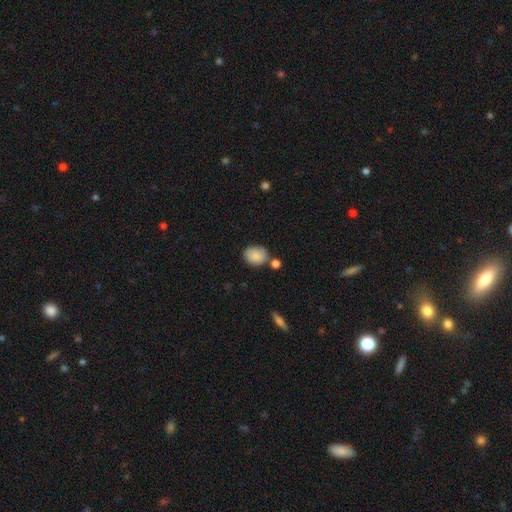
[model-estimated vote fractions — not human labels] smooth-or-featured: smooth: 86% | star or artifact: 7% | featured or disk: 6%
  how-rounded: in between: 59% | round: 40% | cigar-shaped: 1%
  merging: none: 66% | minor disturbance: 17% | merger: 12% | major disturbance: 4%